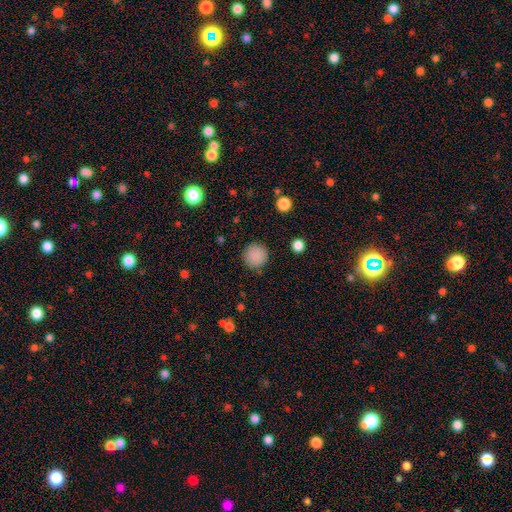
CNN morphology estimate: type=smooth (86%); roundness=round (95%); merging=none (88%).